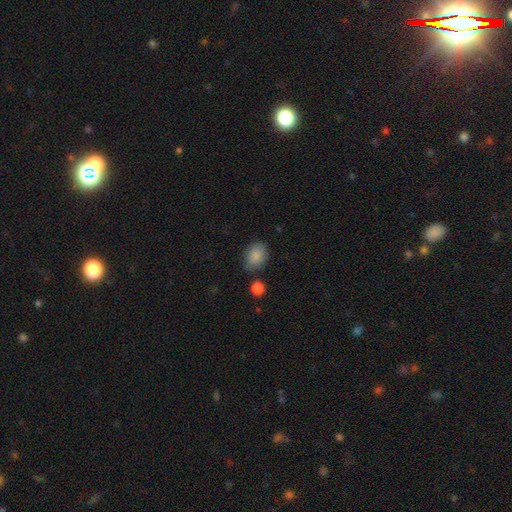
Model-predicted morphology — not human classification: Smooth or featured?
  - smooth: 87% *
  - star or artifact: 8%
  - featured or disk: 5%
How rounded?
  - in between: 66% *
  - round: 33%
  - cigar-shaped: 1%
Merging?
  - none: 73% *
  - minor disturbance: 19%
  - merger: 5%
  - major disturbance: 4%